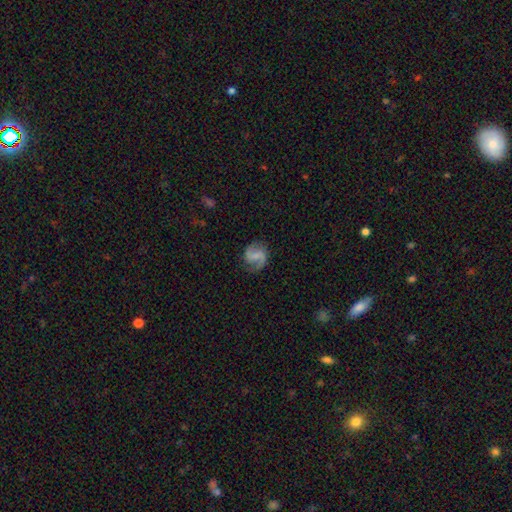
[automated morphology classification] Smooth or featured: featured or disk — 79% (smooth — 15%)
Edge-on disk: no — 98% (yes — 2%)
Bar: weak — 49% (strong — 27%)
Spiral arms: yes — 95% (no — 5%)
Spiral winding: medium — 48% (loose — 38%)
Spiral arm count: 2 — 89% (1 — 5%)
Bulge size: small — 45% (none — 36%)
Merging: none — 79% (minor disturbance — 14%)